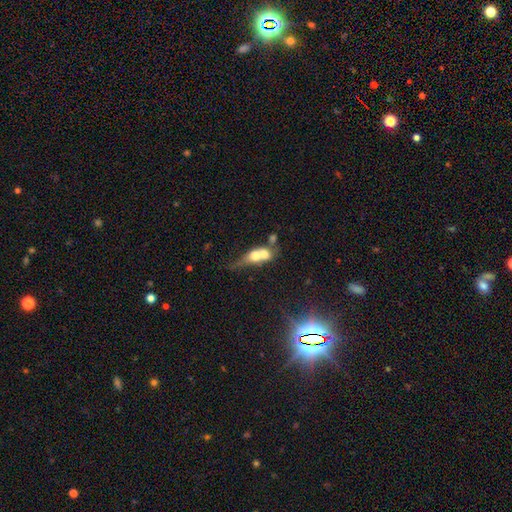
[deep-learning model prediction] Smooth or featured? smooth (56%)
How rounded? in between (50%)
Merging? merger (69%)